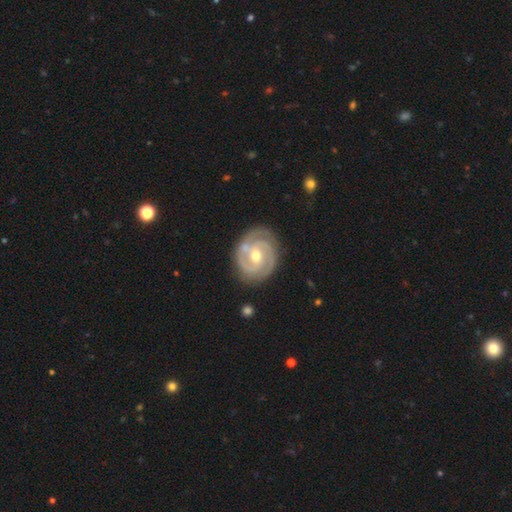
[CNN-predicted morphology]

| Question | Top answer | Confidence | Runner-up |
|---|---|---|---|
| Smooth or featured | featured or disk | 90% | smooth (6%) |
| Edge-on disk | no | 98% | yes (2%) |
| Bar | no | 45% | weak (40%) |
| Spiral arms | yes | 98% | no (2%) |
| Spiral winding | tight | 70% | medium (27%) |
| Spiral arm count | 2 | 56% | 3 (28%) |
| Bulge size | moderate | 65% | small (32%) |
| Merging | none | 80% | minor disturbance (14%) |